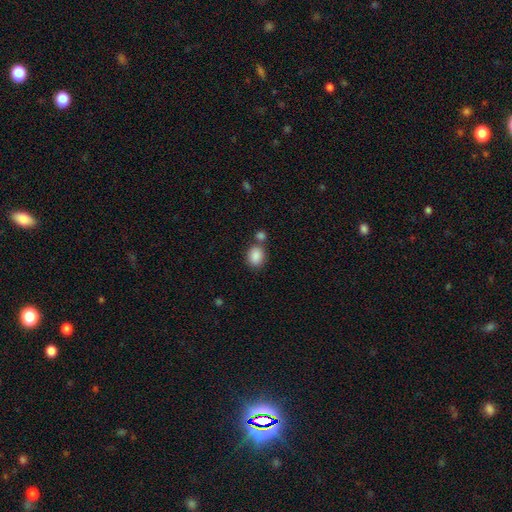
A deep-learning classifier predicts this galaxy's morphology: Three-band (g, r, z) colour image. It shows a smooth galaxy with no disk features (88%) that is in between round and cigar-shaped (52%). Merging: none (59%).